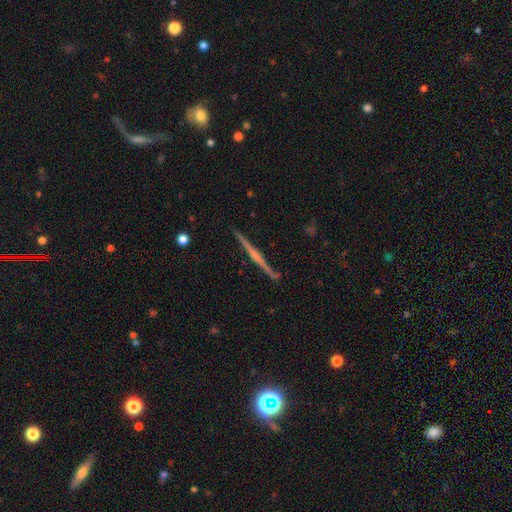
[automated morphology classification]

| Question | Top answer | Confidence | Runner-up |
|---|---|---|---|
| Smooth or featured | featured or disk | 78% | smooth (16%) |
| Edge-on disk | yes | 99% | no (1%) |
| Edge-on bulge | rounded | 52% | none (34%) |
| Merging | none | 91% | minor disturbance (6%) |